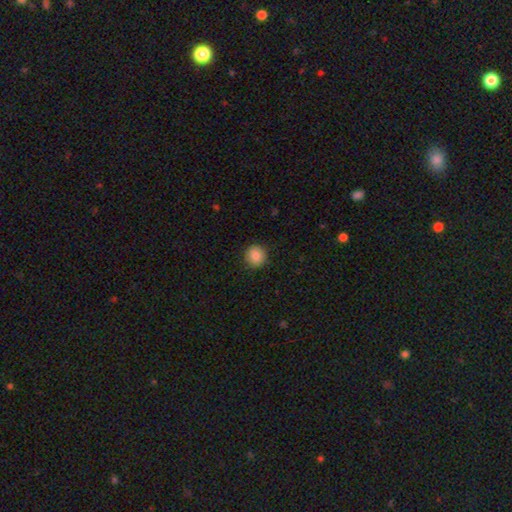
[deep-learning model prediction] Q: Smooth or featured?
A: smooth (87%); runner-up: star or artifact (9%)
Q: How rounded?
A: round (92%); runner-up: in between (7%)
Q: Merging?
A: none (90%); runner-up: minor disturbance (7%)